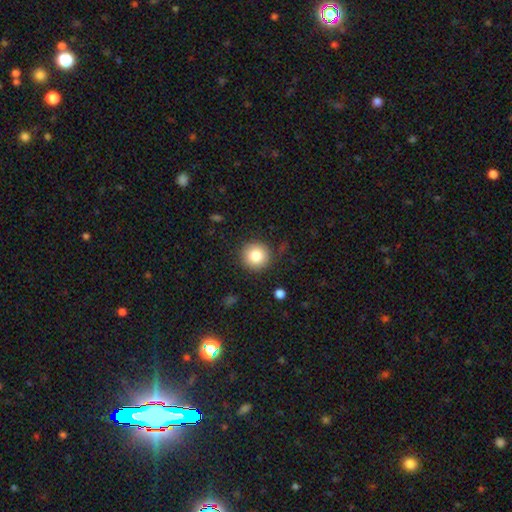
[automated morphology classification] Overall: smooth (83%). How rounded: round (94%). Merging: none (88%).